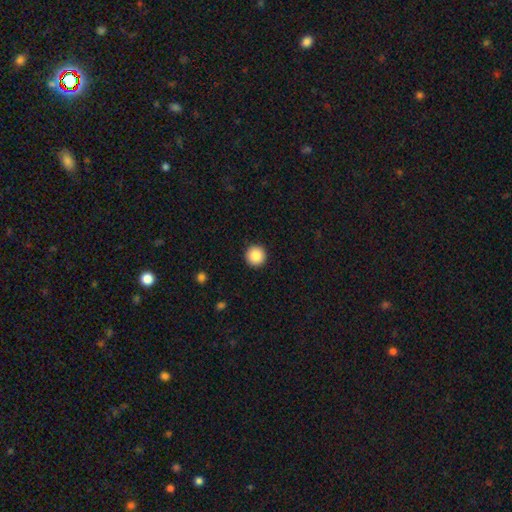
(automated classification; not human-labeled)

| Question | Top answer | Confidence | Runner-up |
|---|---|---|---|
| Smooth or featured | smooth | 86% | star or artifact (9%) |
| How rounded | round | 96% | in between (3%) |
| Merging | none | 93% | minor disturbance (5%) |